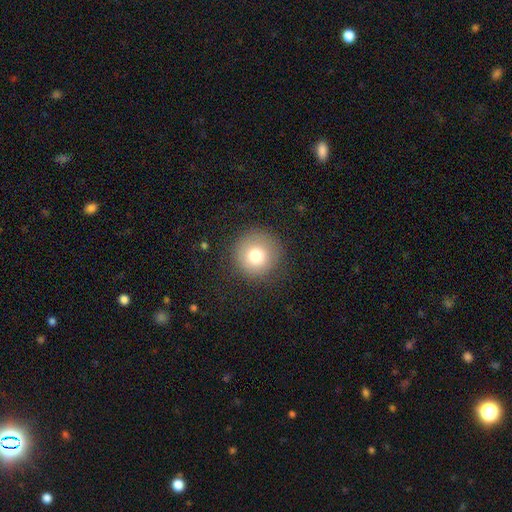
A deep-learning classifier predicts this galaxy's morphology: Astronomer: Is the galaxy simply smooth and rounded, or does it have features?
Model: smooth — 77%.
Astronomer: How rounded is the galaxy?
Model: round — 96%.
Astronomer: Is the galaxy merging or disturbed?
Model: none — 87%.